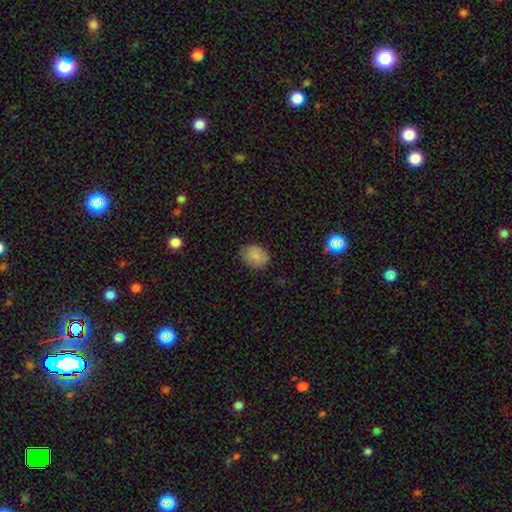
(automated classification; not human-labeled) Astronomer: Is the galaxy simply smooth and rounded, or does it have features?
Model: smooth — 85%.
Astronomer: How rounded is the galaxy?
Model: in between — 51% (runner-up: round, 48%).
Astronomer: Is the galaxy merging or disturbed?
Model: none — 83%.